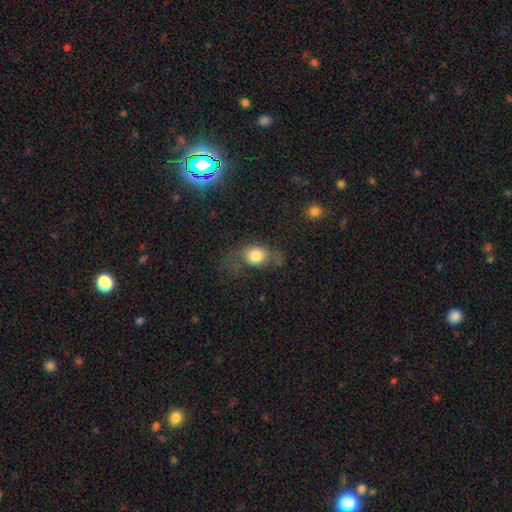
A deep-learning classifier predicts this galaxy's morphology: smooth_or_featured: smooth (p=0.72) [alt: featured or disk p=0.18]
how_rounded: in between (p=0.51) [alt: round p=0.47]
merging: none (p=0.43) [alt: major disturbance p=0.30]